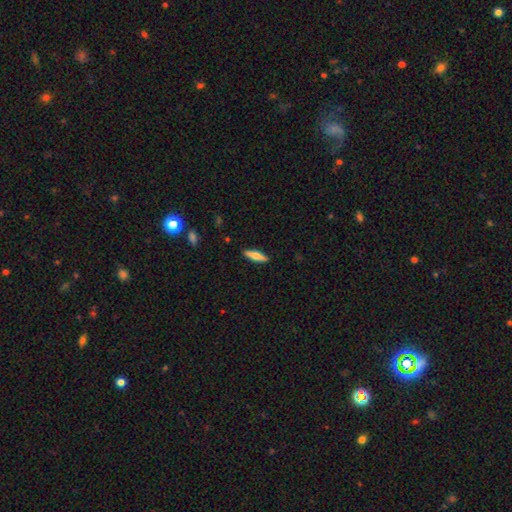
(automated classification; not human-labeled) Smooth or featured? smooth (59%)
How rounded? cigar-shaped (72%)
Merging? none (90%)